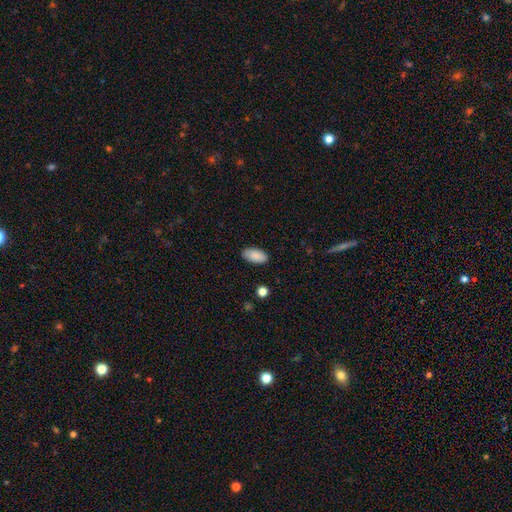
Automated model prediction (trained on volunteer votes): Smooth or featured? smooth (89%)
How rounded? in between (94%)
Merging? none (86%)